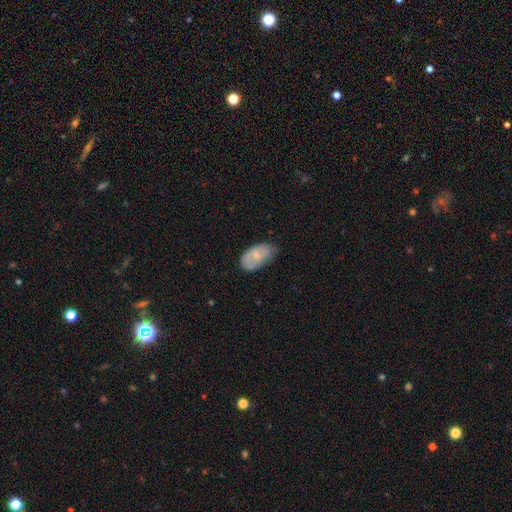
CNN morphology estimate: smooth_or_featured: smooth (p=0.68) [alt: featured or disk p=0.25]
how_rounded: in between (p=0.94) [alt: round p=0.04]
merging: none (p=0.54) [alt: minor disturbance p=0.36]